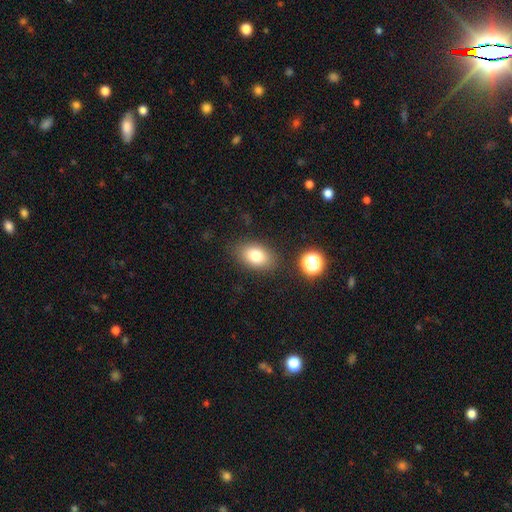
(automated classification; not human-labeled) smooth_or_featured: smooth (p=0.80) [alt: star or artifact p=0.10]
how_rounded: in between (p=0.84) [alt: round p=0.15]
merging: none (p=0.83) [alt: minor disturbance p=0.11]